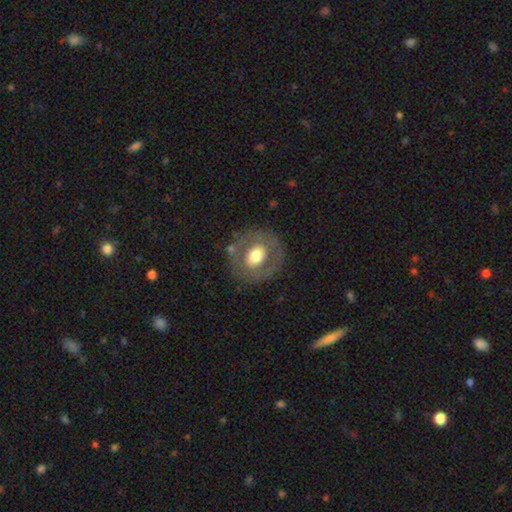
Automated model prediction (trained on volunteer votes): This appears to be a smooth galaxy with no disk features (48%). Merging: none (77%).